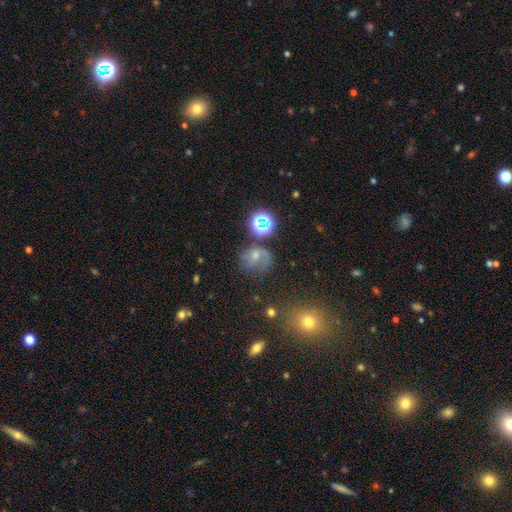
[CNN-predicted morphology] Overall: featured or disk (39%; smooth 38%). Merging: none (46%; minor disturbance 24%).